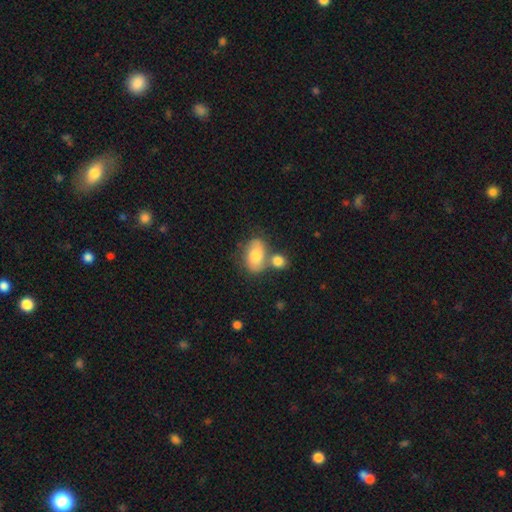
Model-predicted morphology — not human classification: Smooth or featured?
  - smooth: 70% *
  - featured or disk: 23%
  - star or artifact: 7%
How rounded?
  - in between: 87% *
  - round: 11%
  - cigar-shaped: 2%
Merging?
  - none: 47% *
  - merger: 32%
  - minor disturbance: 15%
  - major disturbance: 6%